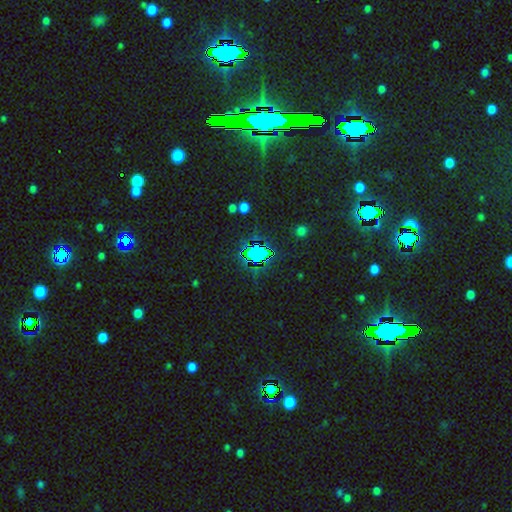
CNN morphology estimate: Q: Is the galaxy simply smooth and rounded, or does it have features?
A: star or artifact — 69%.